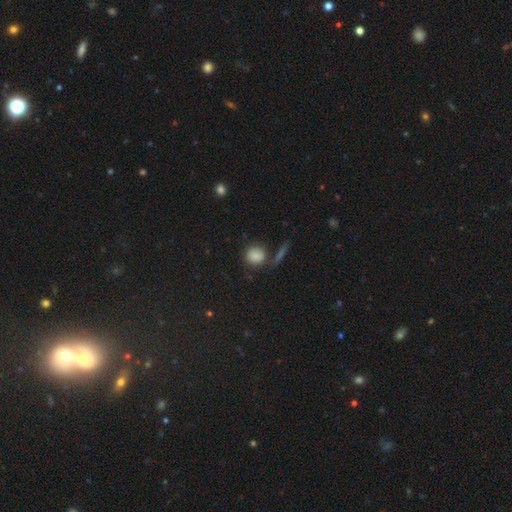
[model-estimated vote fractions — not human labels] Smooth or featured?
  - smooth: 83% *
  - star or artifact: 11%
  - featured or disk: 6%
How rounded?
  - round: 82% *
  - in between: 16%
  - cigar-shaped: 2%
Merging?
  - none: 70% *
  - minor disturbance: 13%
  - merger: 12%
  - major disturbance: 5%